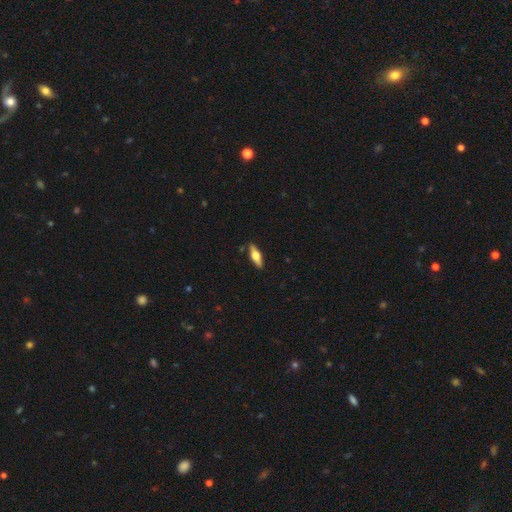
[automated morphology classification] featured or disk 52%, smooth 42%, star or artifact 6%. Down the decision tree: edge-on disk — yes (92%); merging — none (88%).